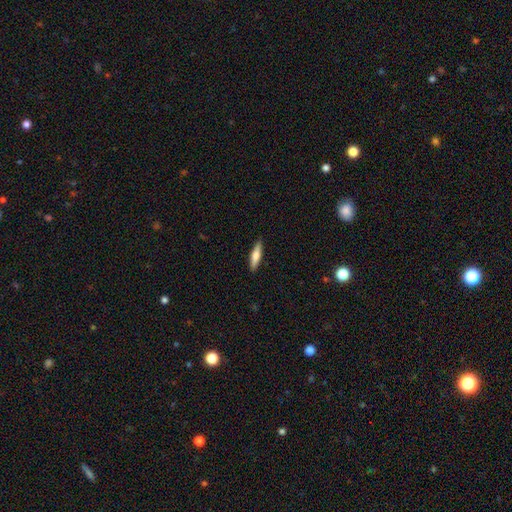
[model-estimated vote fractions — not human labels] Smooth or featured: smooth — 65% (featured or disk — 29%)
How rounded: cigar-shaped — 75% (in between — 23%)
Merging: none — 89% (minor disturbance — 8%)